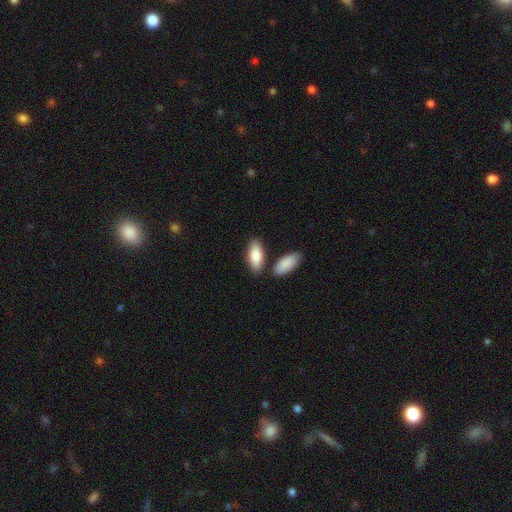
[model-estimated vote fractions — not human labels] The model was most divided on "merging": none: 73%, merger: 13%, minor disturbance: 11%, major disturbance: 3%. More confident: smooth or featured — smooth (86%); how rounded — in between (83%).